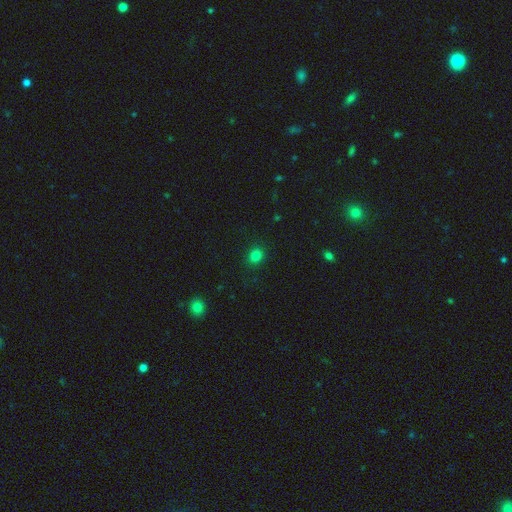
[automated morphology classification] Q: Smooth or featured?
A: smooth (81%); runner-up: star or artifact (15%)
Q: How rounded?
A: round (71%); runner-up: in between (28%)
Q: Merging?
A: none (90%); runner-up: minor disturbance (7%)